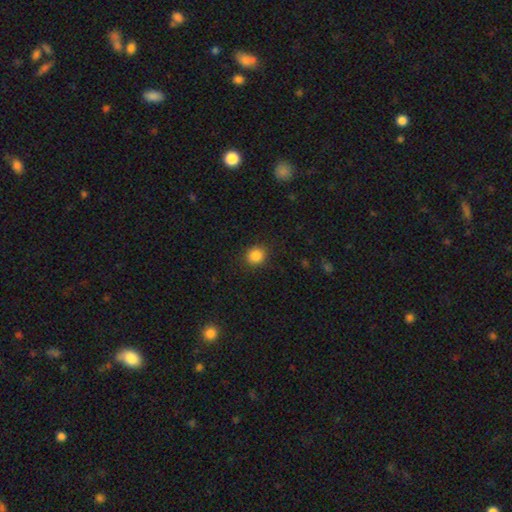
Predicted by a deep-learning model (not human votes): Morphology: type=smooth (86%); roundness=round (86%); merging=none (88%).